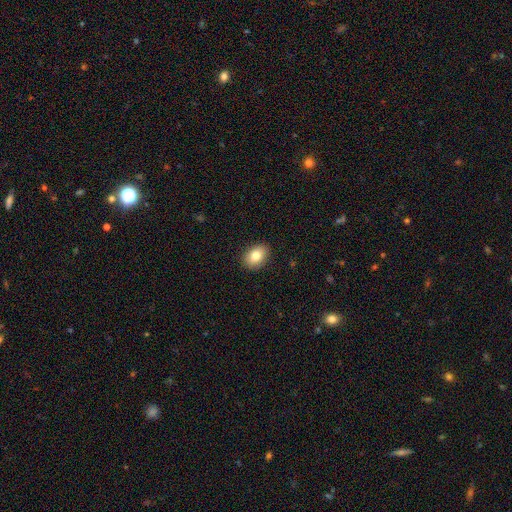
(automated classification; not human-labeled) Smooth or featured: smooth — 81% (featured or disk — 11%)
How rounded: in between — 73% (round — 26%)
Merging: none — 90% (minor disturbance — 8%)